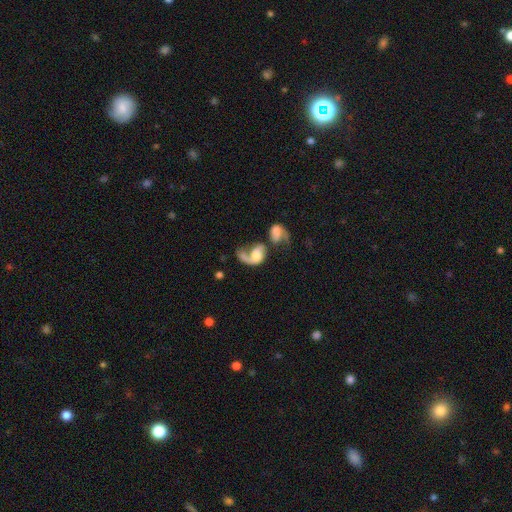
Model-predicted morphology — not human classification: This appears to be a featured or disk galaxy (59%) with no bar (69%), spiral arms (79%) and a moderate central bulge (35%). Merging: merger (53%).